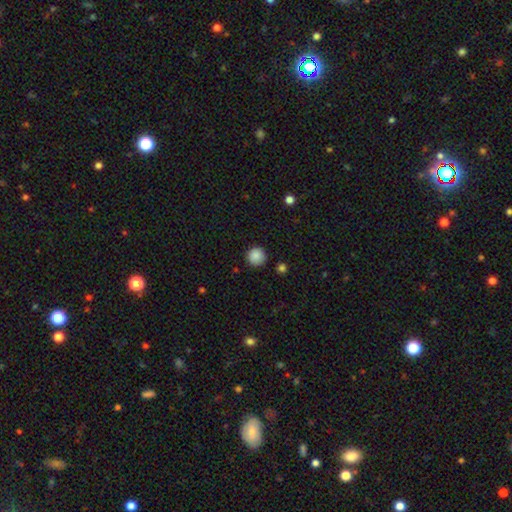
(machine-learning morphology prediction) smooth 88%, star or artifact 9%, featured or disk 3%. Down the decision tree: how rounded — round (95%); merging — none (89%).